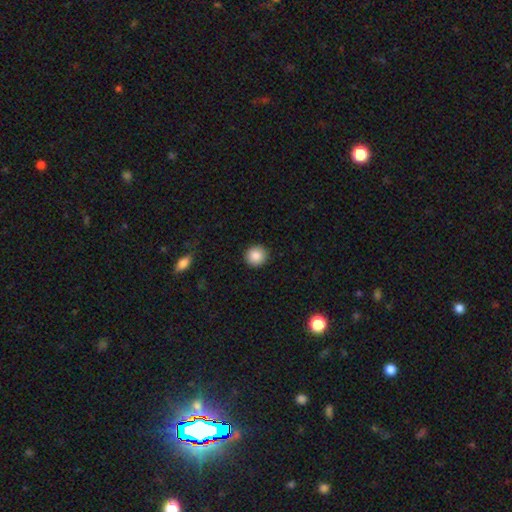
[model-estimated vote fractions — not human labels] Smooth or featured?
  - smooth: 88% *
  - star or artifact: 9%
  - featured or disk: 4%
How rounded?
  - round: 93% *
  - in between: 7%
  - cigar-shaped: 1%
Merging?
  - none: 92% *
  - minor disturbance: 6%
  - major disturbance: 2%
  - merger: 1%